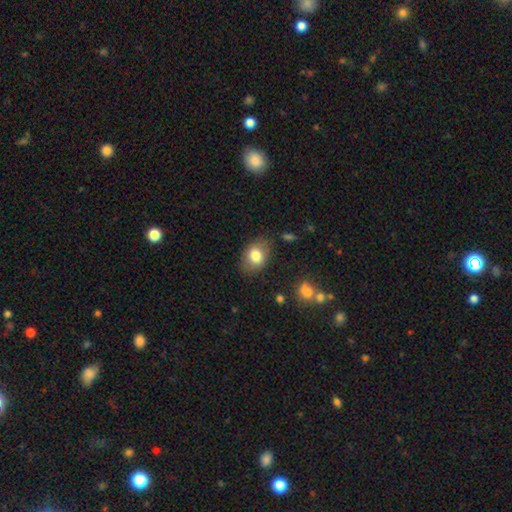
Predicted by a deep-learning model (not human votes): This appears to be a smooth galaxy with no disk features (79%) that is in between round and cigar-shaped (74%). Merging: none (79%).